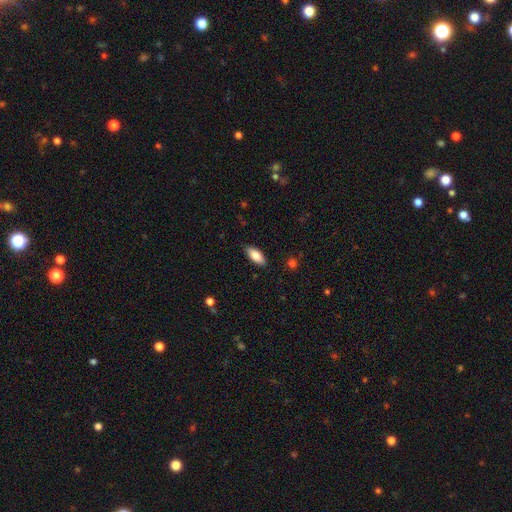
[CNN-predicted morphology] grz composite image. It shows a smooth galaxy with no disk features (82%) that is in between round and cigar-shaped (81%). Merging: none (88%).